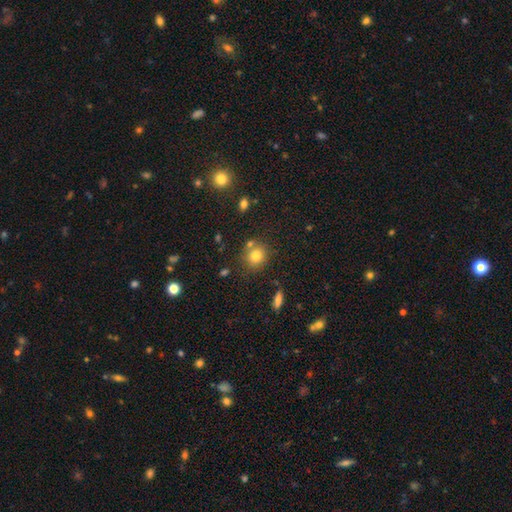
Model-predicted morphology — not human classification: This is likely a smooth galaxy (79%). How rounded: likely round (80%). Merging: likely none (70%).